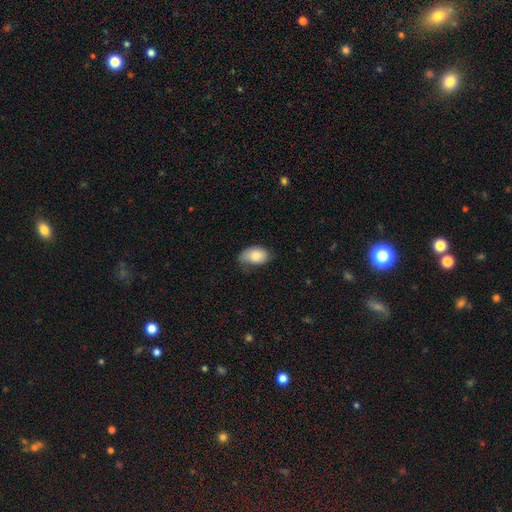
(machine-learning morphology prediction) Smooth or featured? smooth (82%)
How rounded? in between (87%)
Merging? none (50%)